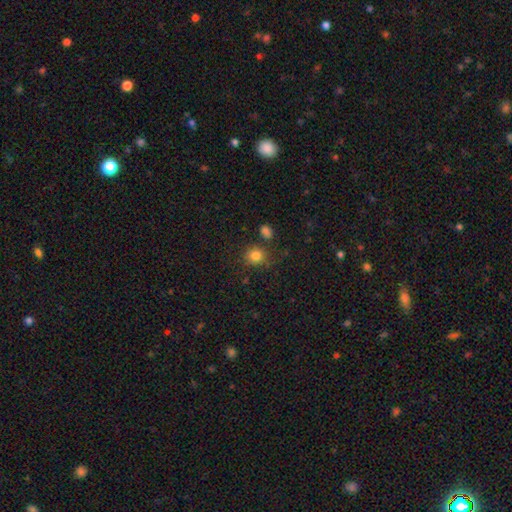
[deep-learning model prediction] Smooth or featured? smooth (82%)
How rounded? round (82%)
Merging? none (76%)